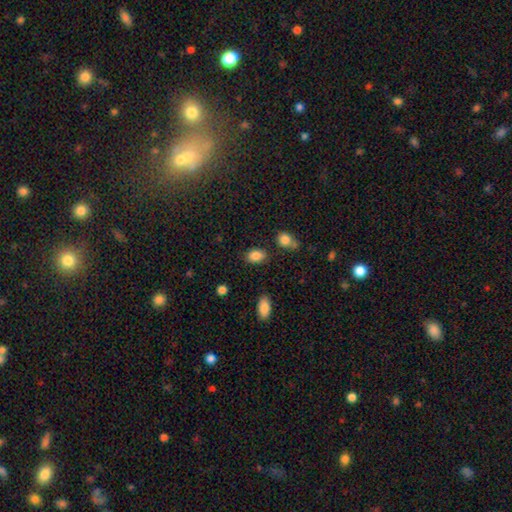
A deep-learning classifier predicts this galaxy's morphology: smooth_or_featured: smooth (p=0.87) [alt: star or artifact p=0.09]
how_rounded: in between (p=0.84) [alt: round p=0.15]
merging: none (p=0.80) [alt: minor disturbance p=0.13]